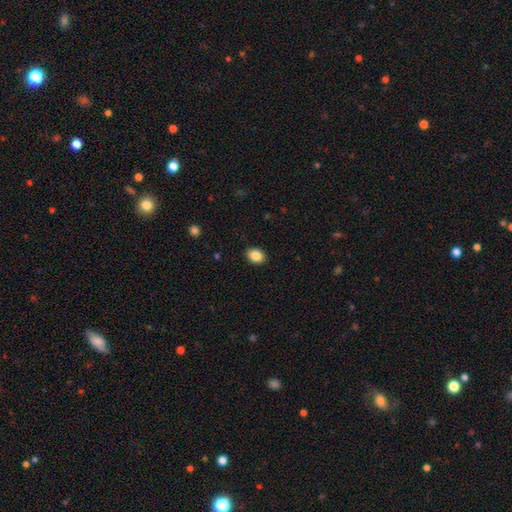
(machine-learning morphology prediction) Overall: smooth (86%). How rounded: in between (63%; round 36%). Merging: none (89%).